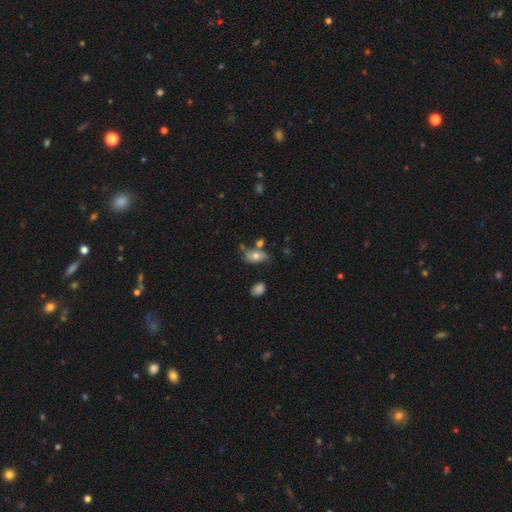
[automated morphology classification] The model was most divided on "merging": none: 46%, minor disturbance: 24%, merger: 18%, major disturbance: 12%. More confident: how rounded — in between (87%); smooth or featured — smooth (62%).